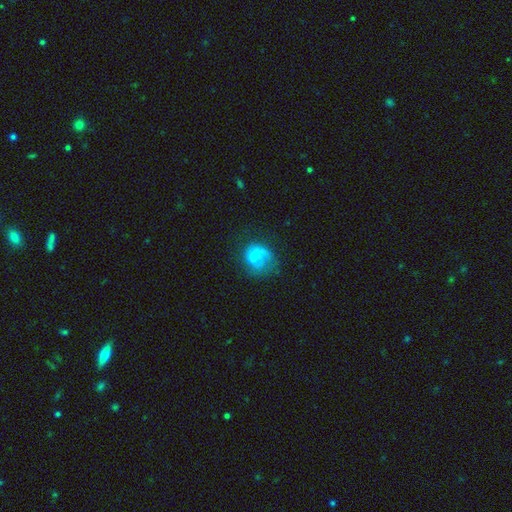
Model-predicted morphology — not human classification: Overall: smooth (57%; featured or disk 33%). How rounded: round (60%; in between 39%). Merging: major disturbance (37%; none 35%).